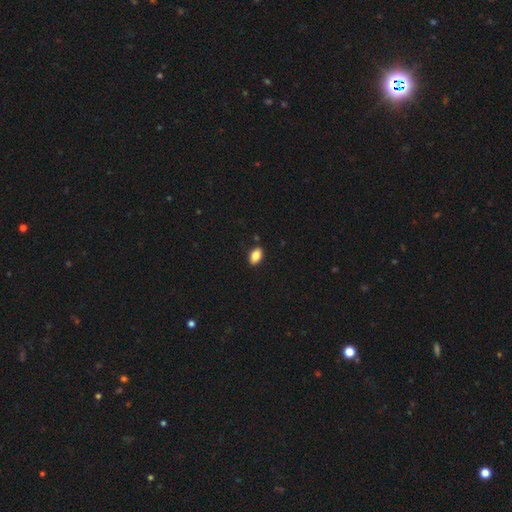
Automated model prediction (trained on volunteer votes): This appears to be a smooth galaxy with no disk features (86%) that is in between round and cigar-shaped (91%). Merging: none (89%).